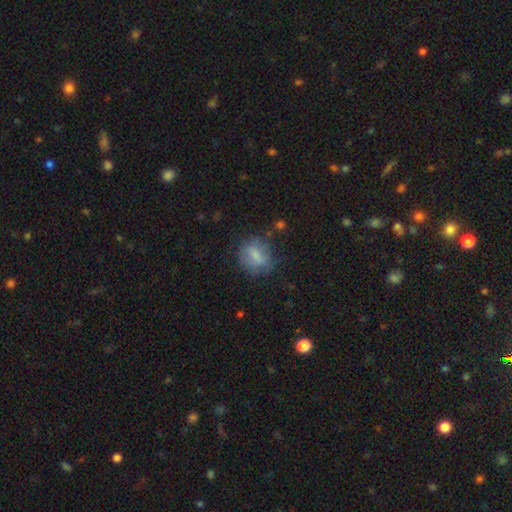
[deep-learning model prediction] The model was most divided on "how rounded": round: 56%, in between: 42%, cigar-shaped: 3%. More confident: smooth or featured — smooth (69%); merging — none (65%).